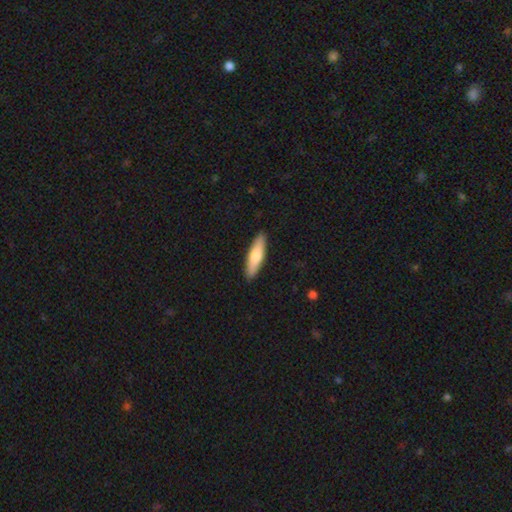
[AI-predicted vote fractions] A smooth galaxy with no disk features (73%) that is cigar-shaped (69%). Merging: none (91%).